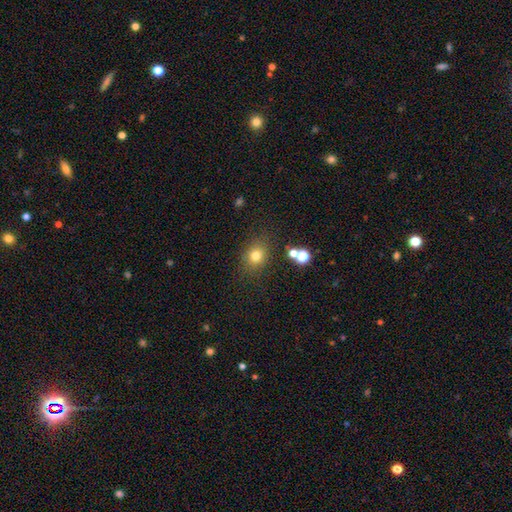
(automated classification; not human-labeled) This appears to be a smooth galaxy with no disk features (76%) that is round (63%). Merging: none (79%).